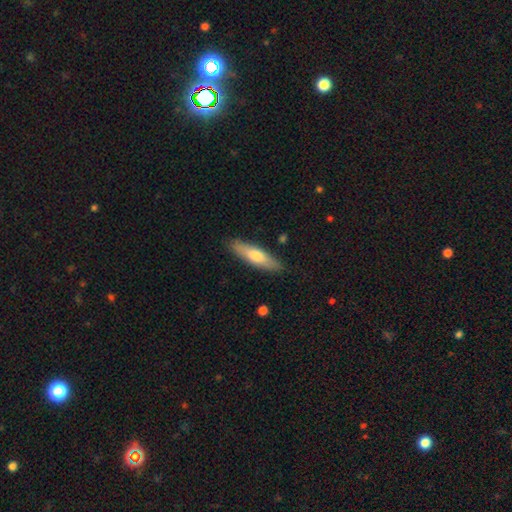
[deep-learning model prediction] Smooth or featured? Predicted: smooth (p=0.63). How rounded? Predicted: cigar-shaped (p=0.69). Merging? Predicted: none (p=0.87).